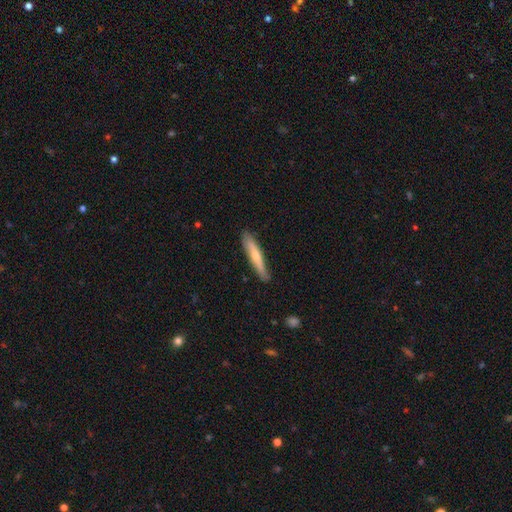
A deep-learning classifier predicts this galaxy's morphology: Smooth or featured: smooth — 58% (featured or disk — 37%)
How rounded: cigar-shaped — 91% (in between — 7%)
Merging: none — 85% (minor disturbance — 12%)